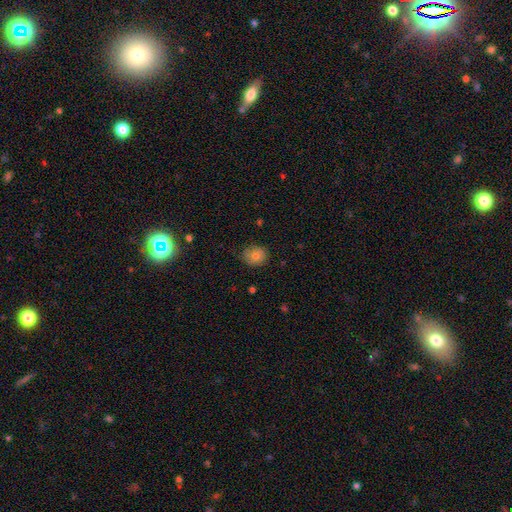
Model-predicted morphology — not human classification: smooth-or-featured: smooth: 77% | featured or disk: 14% | star or artifact: 9%
  how-rounded: round: 71% | in between: 28% | cigar-shaped: 1%
  merging: none: 72% | minor disturbance: 22% | major disturbance: 5% | merger: 1%